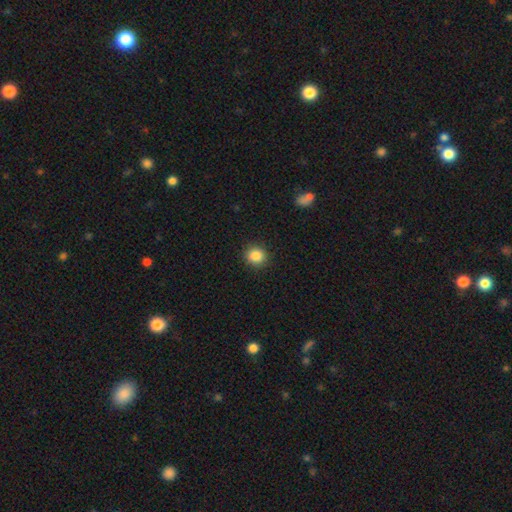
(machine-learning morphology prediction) smooth-or-featured: smooth: 86% | star or artifact: 10% | featured or disk: 4%
  how-rounded: round: 86% | in between: 13% | cigar-shaped: 1%
  merging: none: 90% | minor disturbance: 7% | major disturbance: 2% | merger: 1%